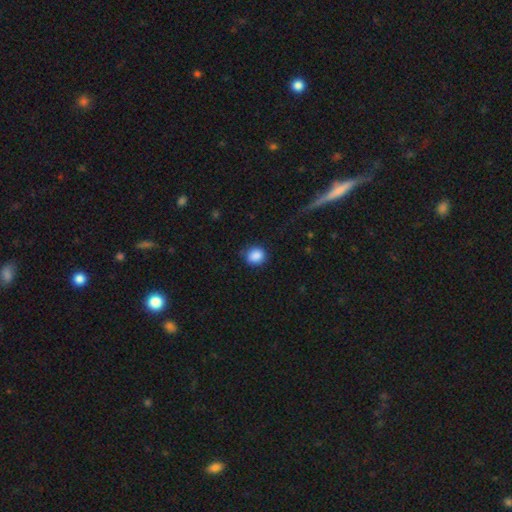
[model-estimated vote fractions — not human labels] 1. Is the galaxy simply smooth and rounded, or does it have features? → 89% smooth, 8% star or artifact, 3% featured or disk.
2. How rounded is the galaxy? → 77% round, 22% in between, 1% cigar-shaped.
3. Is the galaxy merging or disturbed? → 81% none, 13% minor disturbance, 4% major disturbance, 1% merger.